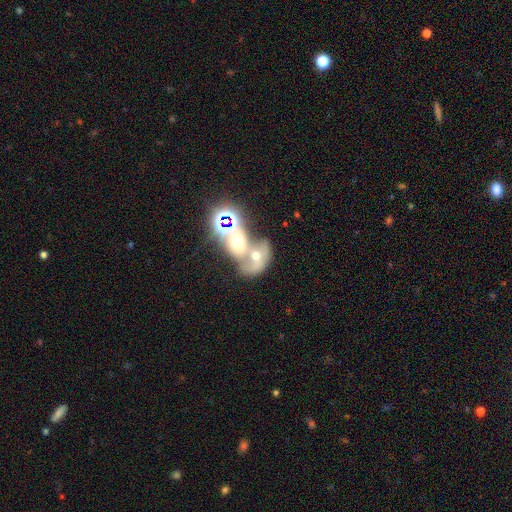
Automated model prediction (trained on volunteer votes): A smooth galaxy with no disk features (43%). Merging: merger (72%).